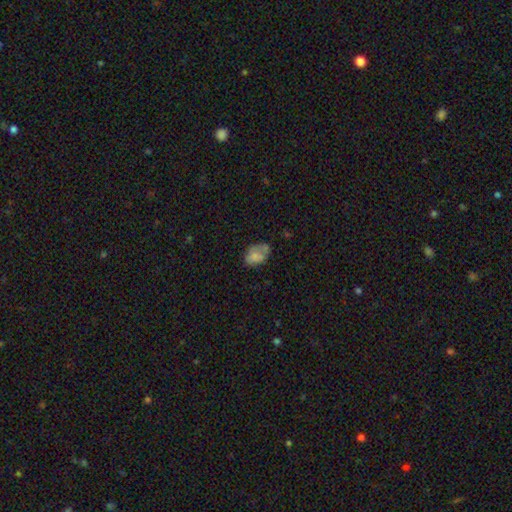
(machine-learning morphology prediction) Smooth or featured: smooth — 72% (featured or disk — 18%)
How rounded: in between — 83% (round — 15%)
Merging: none — 50% (minor disturbance — 31%)